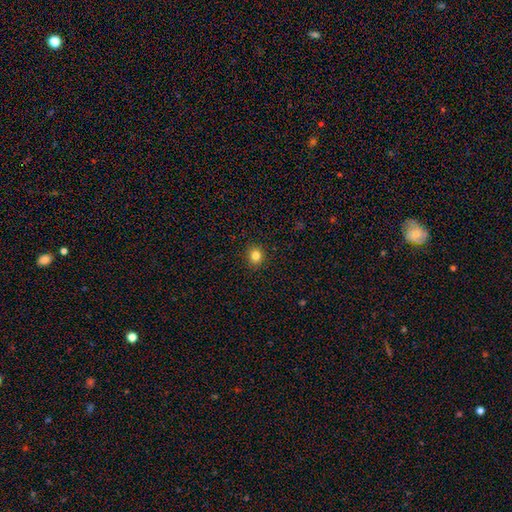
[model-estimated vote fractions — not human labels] Smooth or featured? smooth (82%)
How rounded? round (80%)
Merging? none (91%)